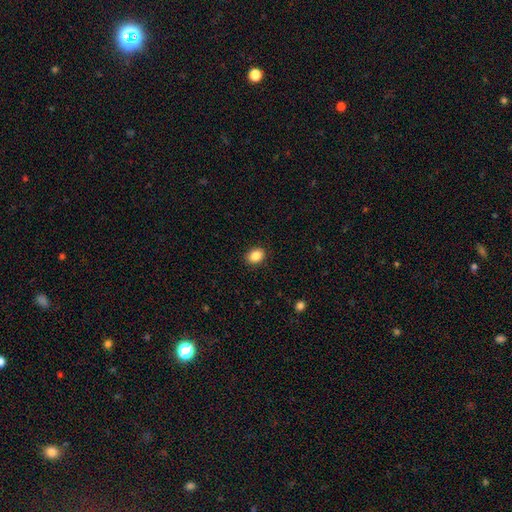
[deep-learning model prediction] Smooth or featured?
  - smooth: 87% *
  - star or artifact: 9%
  - featured or disk: 4%
How rounded?
  - in between: 60% *
  - round: 39%
  - cigar-shaped: 1%
Merging?
  - none: 90% *
  - minor disturbance: 7%
  - major disturbance: 2%
  - merger: 1%